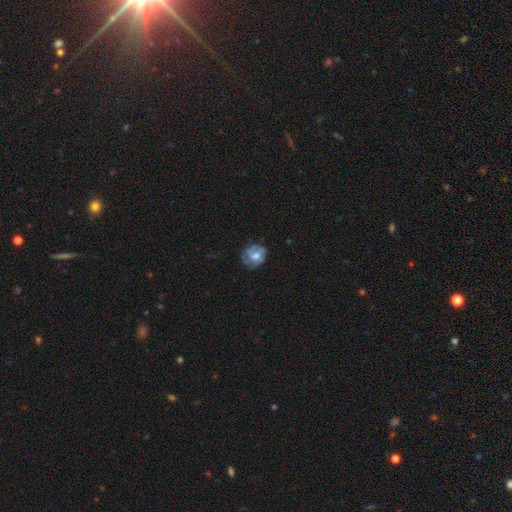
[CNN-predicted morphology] Smooth or featured? featured or disk (48%)
Merging? none (60%)